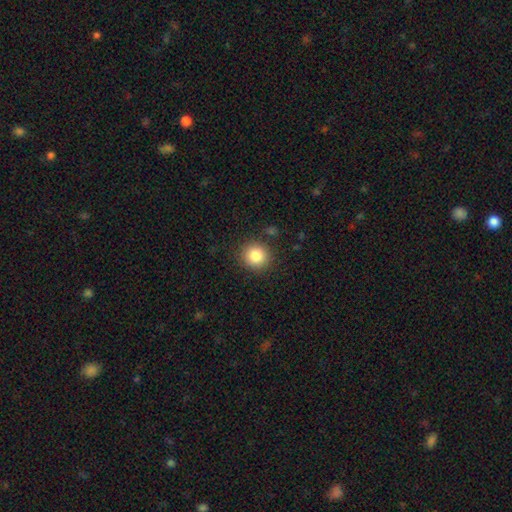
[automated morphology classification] smooth_or_featured: smooth (p=0.85) [alt: star or artifact p=0.10]
how_rounded: round (p=0.91) [alt: in between p=0.08]
merging: none (p=0.87) [alt: minor disturbance p=0.08]